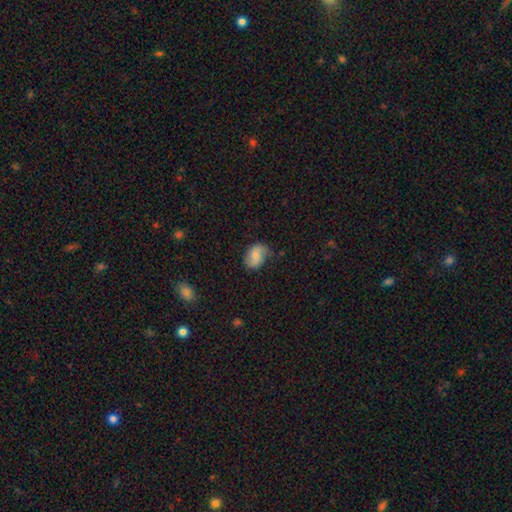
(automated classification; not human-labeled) Smooth or featured? smooth (61%)
How rounded? in between (69%)
Merging? none (61%)